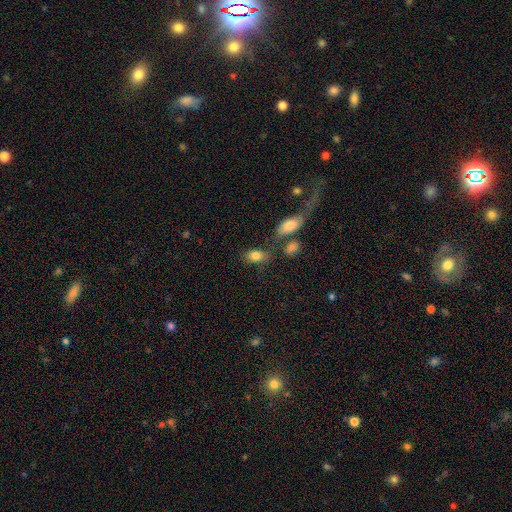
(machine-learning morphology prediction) This appears to be a smooth galaxy with no disk features (82%) that is in between round and cigar-shaped (86%). Merging: none (64%).